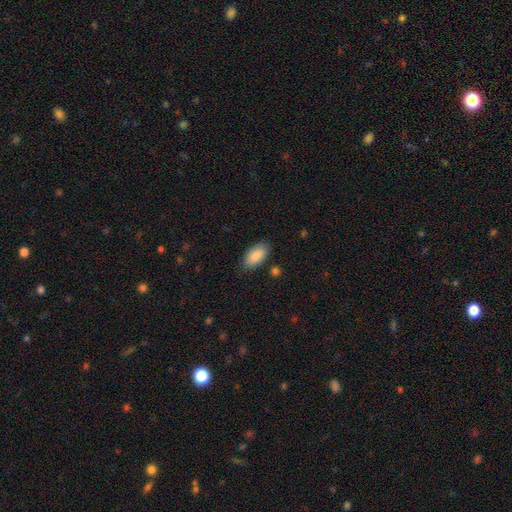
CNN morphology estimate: This appears to be a smooth galaxy with no disk features (86%) that is in between round and cigar-shaped (93%). Merging: none (83%).